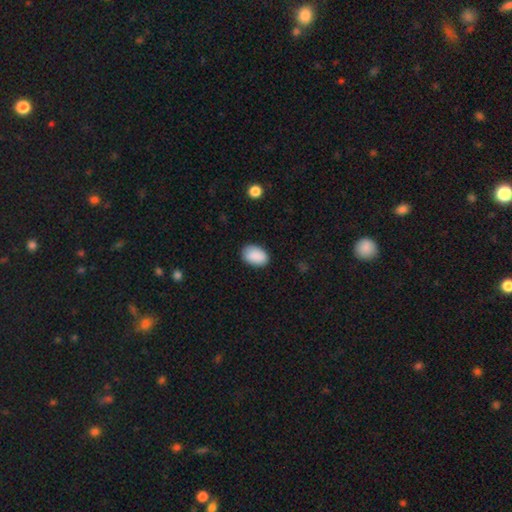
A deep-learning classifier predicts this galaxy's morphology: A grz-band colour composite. It shows a smooth galaxy with no disk features (90%) that is in between round and cigar-shaped (89%). Merging: none (86%).